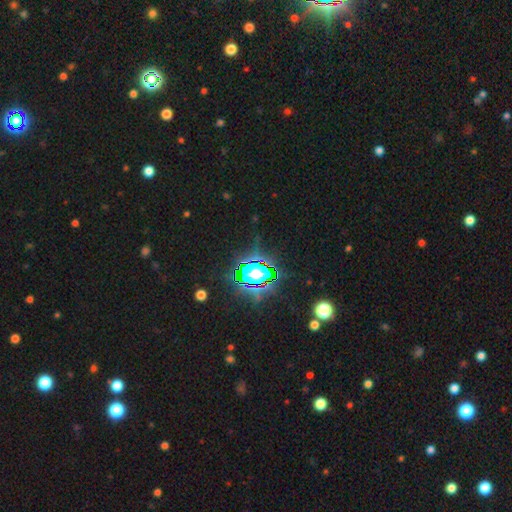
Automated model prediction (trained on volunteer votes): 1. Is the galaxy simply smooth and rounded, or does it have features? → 84% star or artifact, 9% smooth, 7% featured or disk.